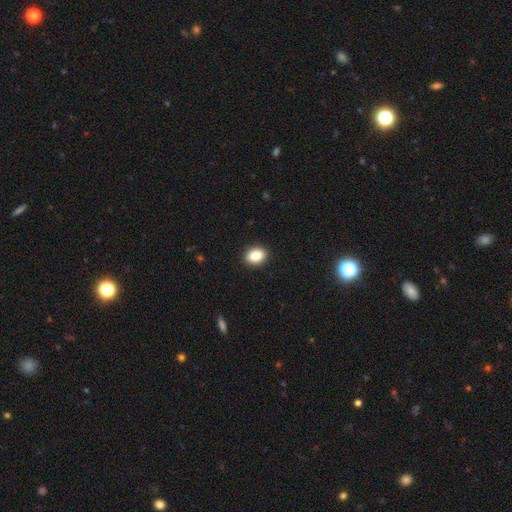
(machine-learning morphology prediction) A smooth galaxy with no disk features (85%) that is in between round and cigar-shaped (64%).

Vote fractions:
- Smooth or featured? smooth: 85% / star or artifact: 9% / featured or disk: 6%
- How rounded? in between: 64% / round: 35% / cigar-shaped: 1%
- Merging? none: 91% / minor disturbance: 6% / major disturbance: 2% / merger: 1%